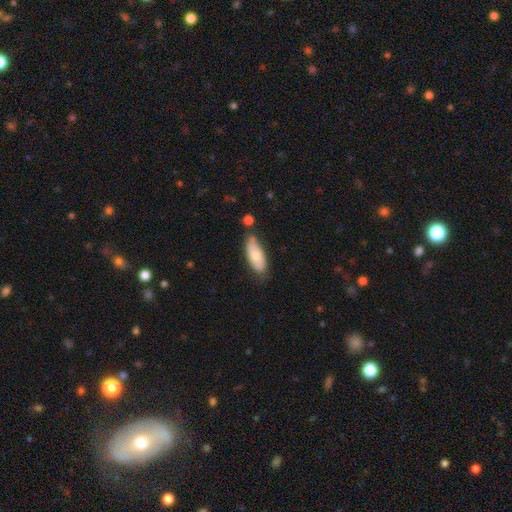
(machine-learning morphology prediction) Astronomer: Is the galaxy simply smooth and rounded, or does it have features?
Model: smooth — 70%.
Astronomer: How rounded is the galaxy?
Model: in between — 78%.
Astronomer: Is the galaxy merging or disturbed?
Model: none — 63%.